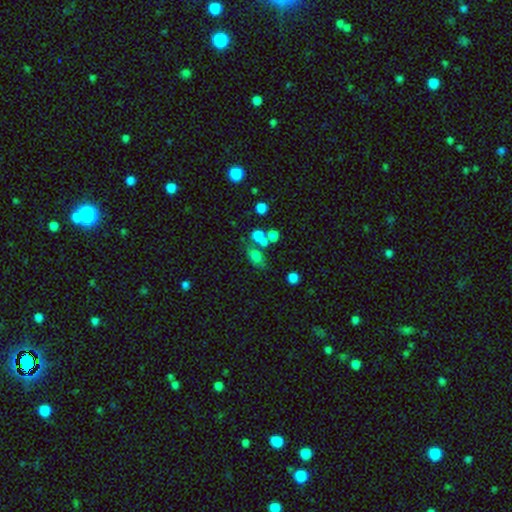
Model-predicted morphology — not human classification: Smooth or featured? smooth (69%)
How rounded? in between (67%)
Merging? none (44%)